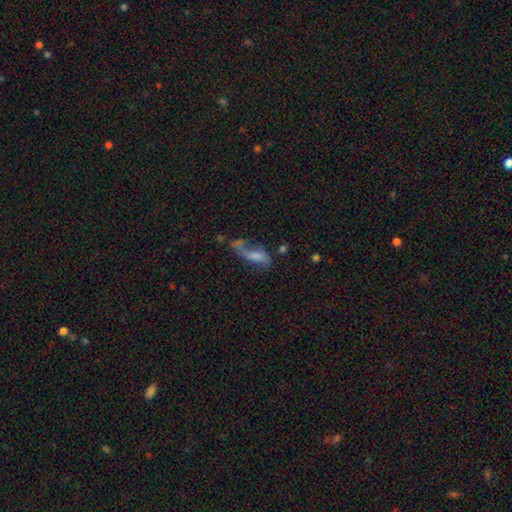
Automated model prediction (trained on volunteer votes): A featured or disk galaxy (56%). Merging: major disturbance (36%).